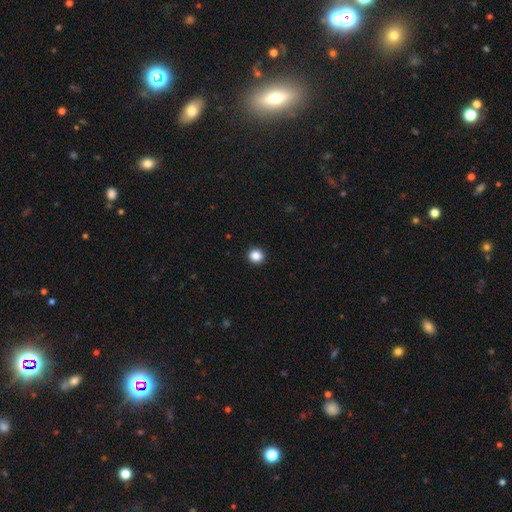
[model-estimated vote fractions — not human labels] smooth 86%, star or artifact 11%, featured or disk 3%. Down the decision tree: how rounded — round (91%); merging — none (93%).